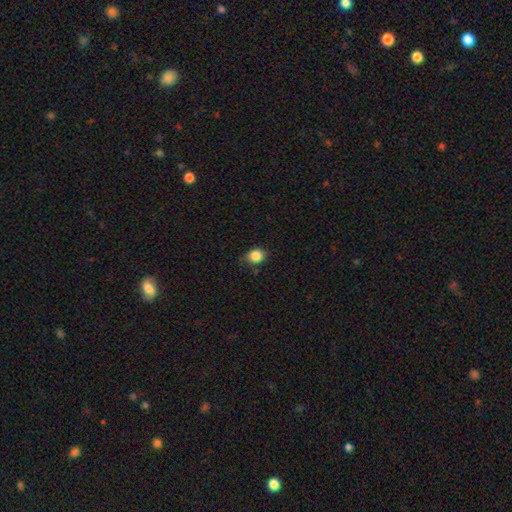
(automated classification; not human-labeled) smooth-or-featured: smooth: 85% | star or artifact: 10% | featured or disk: 5%
  how-rounded: round: 62% | in between: 37% | cigar-shaped: 1%
  merging: none: 72% | minor disturbance: 23% | major disturbance: 4% | merger: 2%